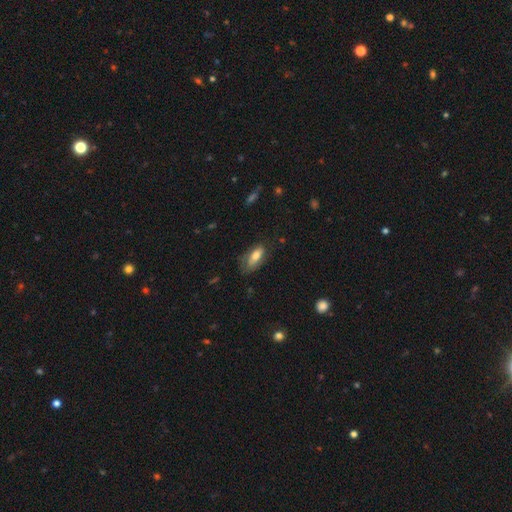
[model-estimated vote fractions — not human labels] Morphology: type=smooth (71%); roundness=in between (83%); merging=none (57%).